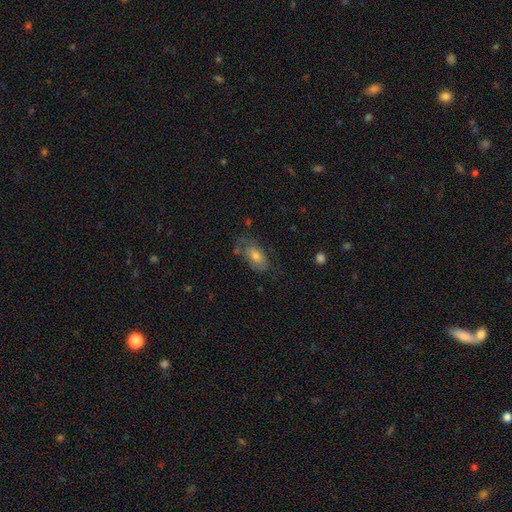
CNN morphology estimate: Q: Smooth or featured?
A: smooth (50%); runner-up: featured or disk (40%)
Q: Merging?
A: none (53%); runner-up: minor disturbance (24%)